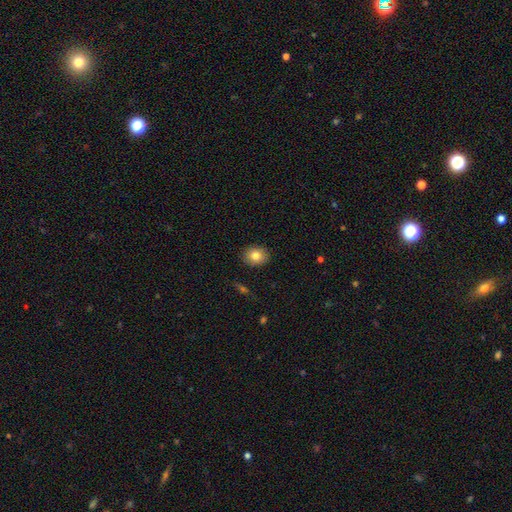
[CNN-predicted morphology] Smooth or featured? smooth (82%)
How rounded? round (57%)
Merging? none (89%)